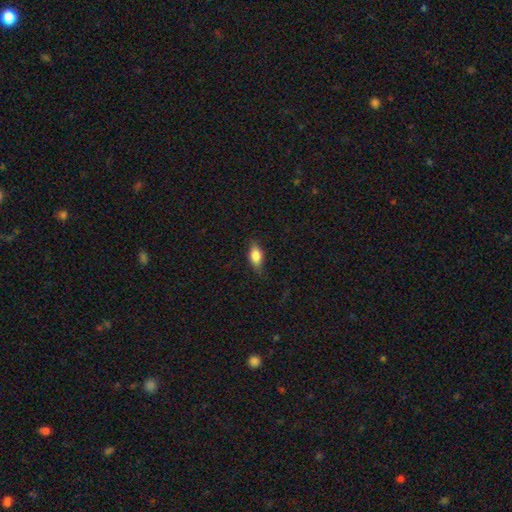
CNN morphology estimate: Smooth or featured?
  - smooth: 78% *
  - featured or disk: 14%
  - star or artifact: 8%
How rounded?
  - in between: 83% *
  - cigar-shaped: 12%
  - round: 5%
Merging?
  - none: 77% *
  - minor disturbance: 17%
  - major disturbance: 4%
  - merger: 1%